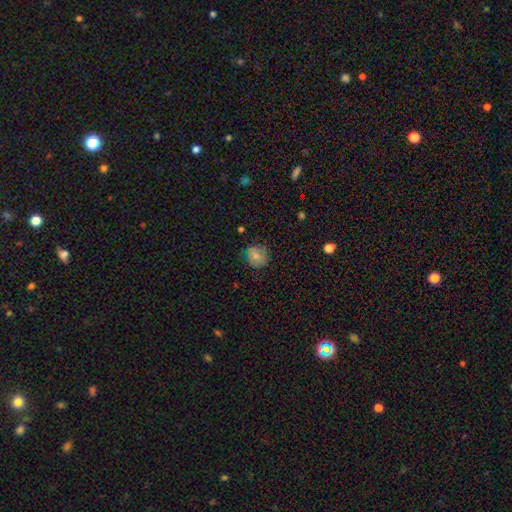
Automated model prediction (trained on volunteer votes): smooth-or-featured: smooth: 73% | featured or disk: 18% | star or artifact: 9%
  how-rounded: round: 81% | in between: 18% | cigar-shaped: 1%
  merging: none: 71% | minor disturbance: 22% | major disturbance: 6% | merger: 1%